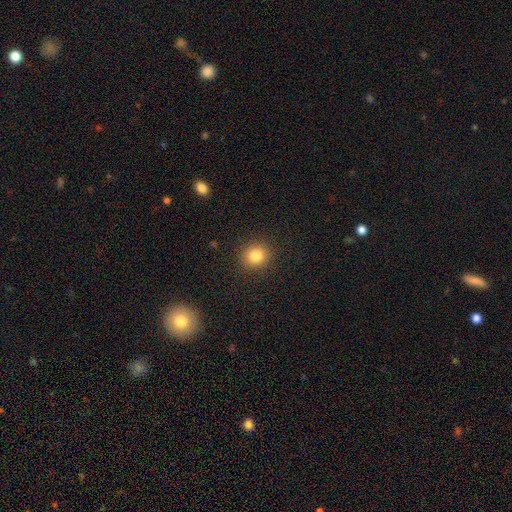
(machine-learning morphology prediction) smooth_or_featured: smooth (p=0.84) [alt: star or artifact p=0.11]
how_rounded: round (p=0.87) [alt: in between p=0.12]
merging: none (p=0.90) [alt: minor disturbance p=0.06]